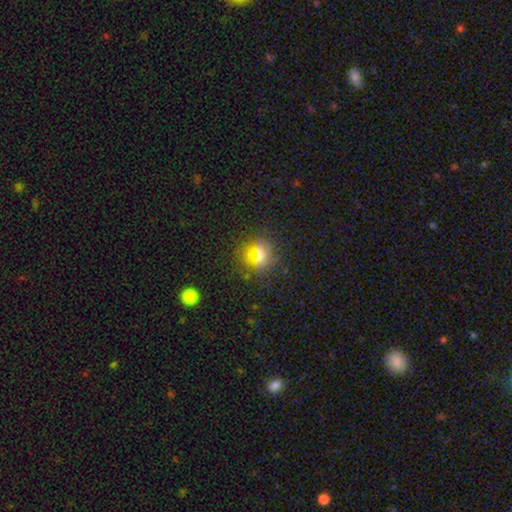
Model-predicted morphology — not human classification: Q: Smooth or featured?
A: smooth (61%); runner-up: star or artifact (25%)
Q: How rounded?
A: round (84%); runner-up: in between (13%)
Q: Merging?
A: none (85%); runner-up: minor disturbance (8%)